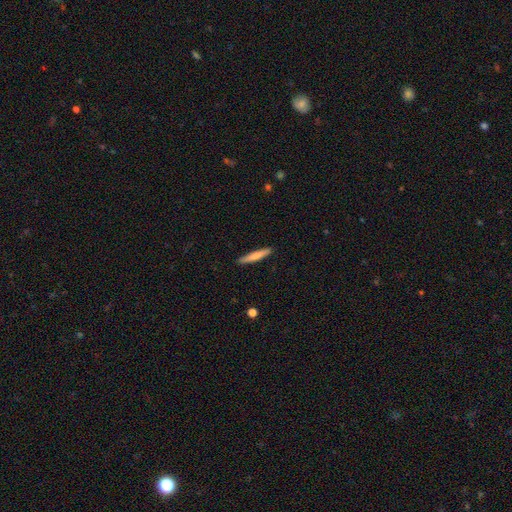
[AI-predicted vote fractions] Smooth or featured?
  - smooth: 74% *
  - featured or disk: 21%
  - star or artifact: 5%
How rounded?
  - cigar-shaped: 94% *
  - in between: 5%
  - round: 1%
Merging?
  - none: 91% *
  - minor disturbance: 7%
  - major disturbance: 1%
  - merger: 1%